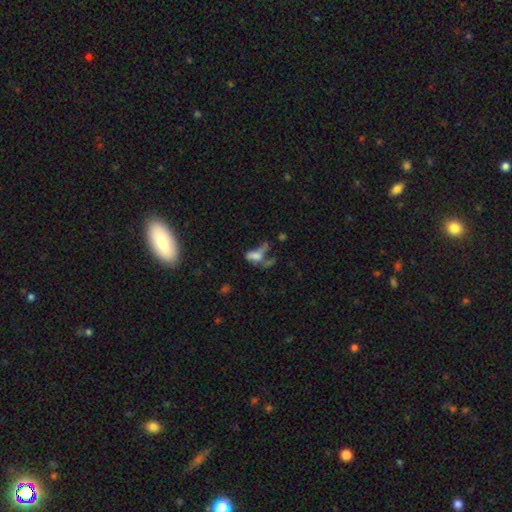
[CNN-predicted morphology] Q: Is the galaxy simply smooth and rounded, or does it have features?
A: smooth — 52%.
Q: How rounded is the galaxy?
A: in between — 77%.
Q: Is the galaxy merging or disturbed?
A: major disturbance — 37%.